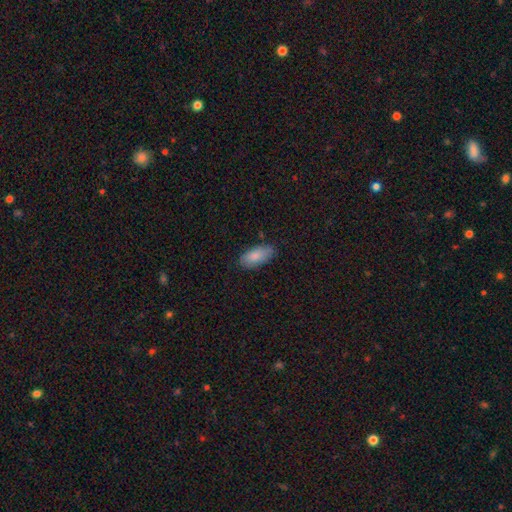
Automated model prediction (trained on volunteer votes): This is clearly a smooth galaxy (85%). How rounded: clearly in between (91%). Merging: likely none (80%).